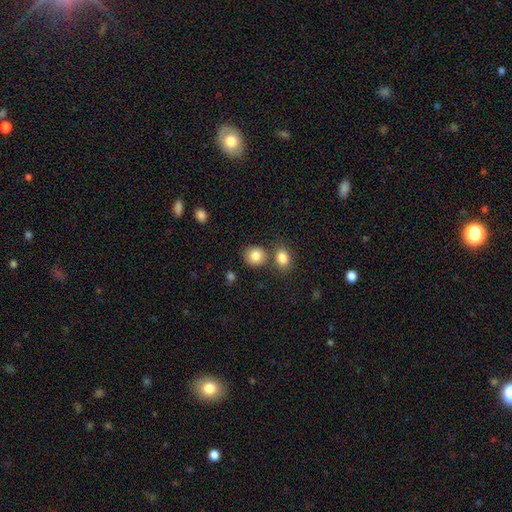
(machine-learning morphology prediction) type=smooth (84%); roundness=round (79%); merging=none (69%).